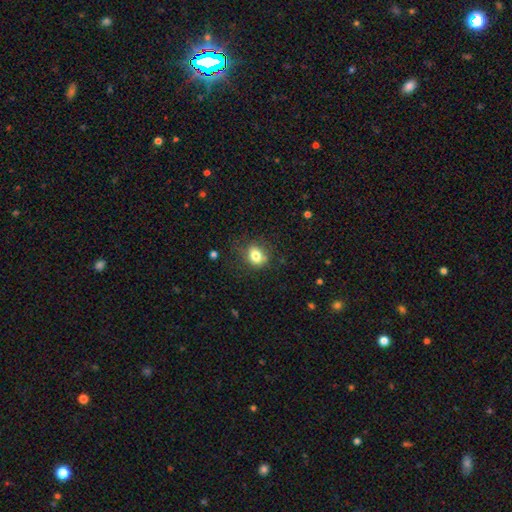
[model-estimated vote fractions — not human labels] Overall: smooth (80%). How rounded: round (50%; in between 49%). Merging: none (73%).